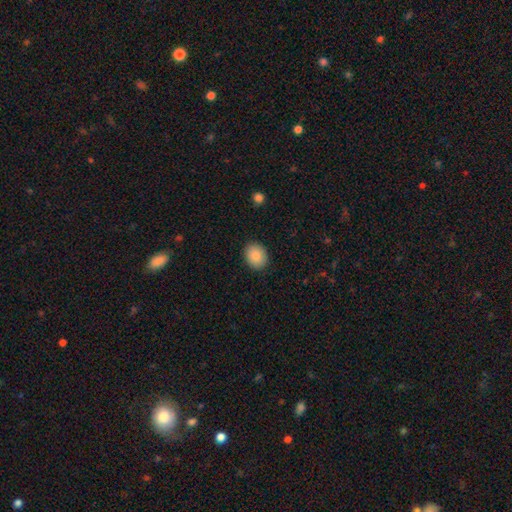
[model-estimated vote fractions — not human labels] Overall: smooth (87%). How rounded: in between (50%; round 49%). Merging: none (89%).